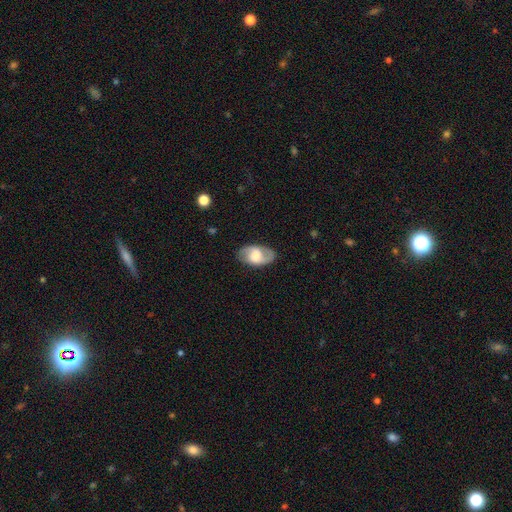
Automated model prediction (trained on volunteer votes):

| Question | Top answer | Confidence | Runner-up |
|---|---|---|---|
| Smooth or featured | featured or disk | 64% | smooth (30%) |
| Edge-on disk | no | 94% | yes (6%) |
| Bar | weak | 43% | tied: no (43%) |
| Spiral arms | yes | 83% | no (17%) |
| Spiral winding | medium | 48% | loose (27%) |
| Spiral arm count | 2 | 86% | can't tell (8%) |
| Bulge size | large | 40% | moderate (36%) |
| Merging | none | 81% | minor disturbance (14%) |